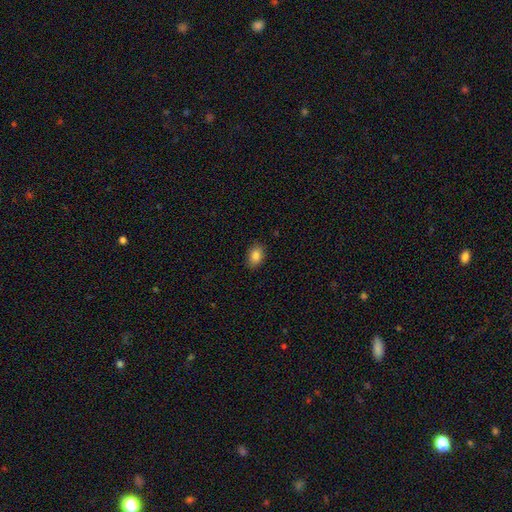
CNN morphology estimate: Q: Smooth or featured?
A: smooth (85%); runner-up: star or artifact (9%)
Q: How rounded?
A: in between (84%); runner-up: round (15%)
Q: Merging?
A: none (88%); runner-up: minor disturbance (9%)